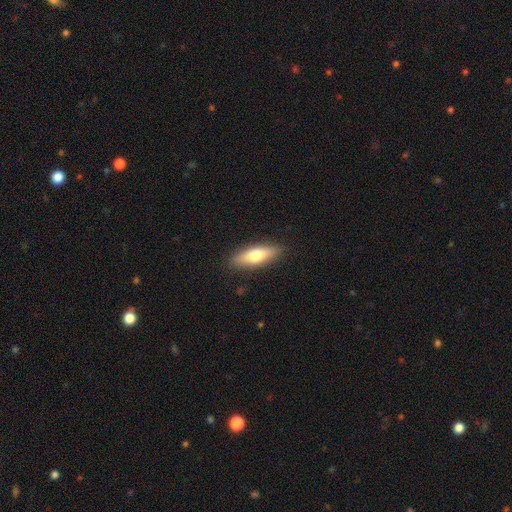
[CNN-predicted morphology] smooth 66%, featured or disk 28%, star or artifact 6%. Down the decision tree: how rounded — in between (54%); merging — none (88%).